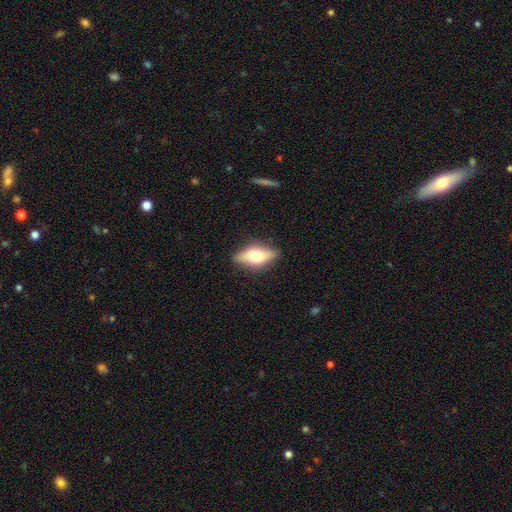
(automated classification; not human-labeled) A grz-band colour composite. It shows a smooth galaxy with no disk features (54%) that is in between round and cigar-shaped (78%). Merging: none (83%).